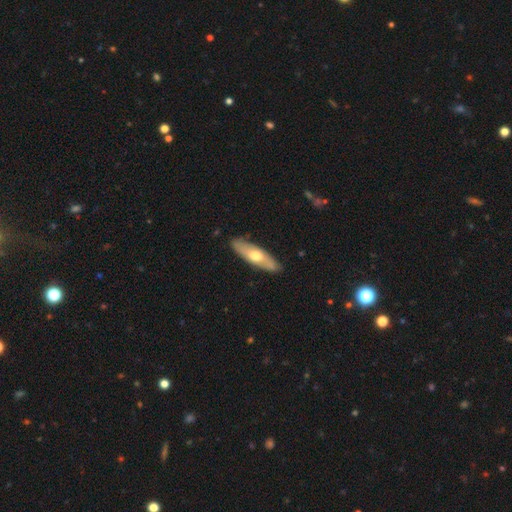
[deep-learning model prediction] Morphology: type=smooth (50%); roundness=cigar-shaped (50%); merging=none (86%).